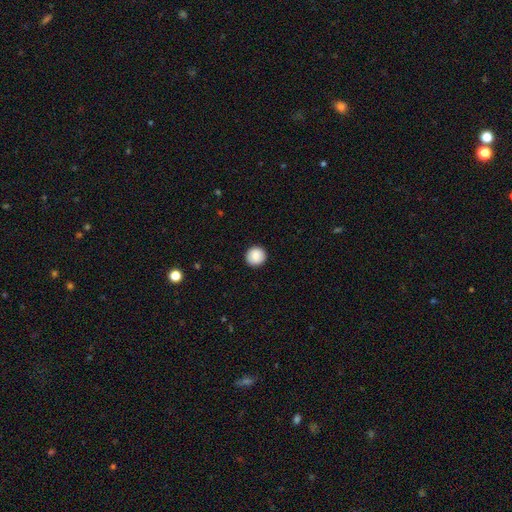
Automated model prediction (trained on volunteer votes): This is clearly a smooth galaxy (88%). How rounded: clearly round (95%). Merging: clearly none (92%).